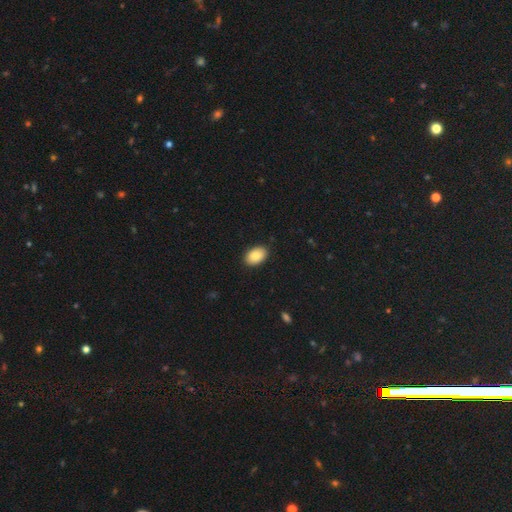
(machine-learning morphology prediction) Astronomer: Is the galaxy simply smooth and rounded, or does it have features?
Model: smooth — 87%.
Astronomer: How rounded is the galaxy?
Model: in between — 87%.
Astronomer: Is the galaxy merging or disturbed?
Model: none — 89%.